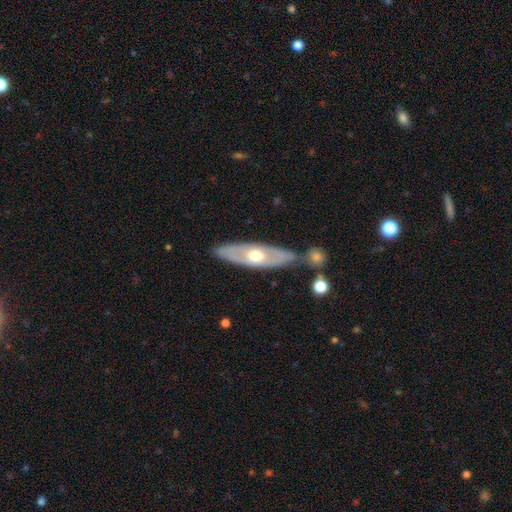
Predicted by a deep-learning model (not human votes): smooth_or_featured: featured or disk (p=0.59) [alt: smooth p=0.36]
disk_edge_on: no (p=0.61) [alt: yes p=0.39]
merging: none (p=0.71) [alt: minor disturbance p=0.16]